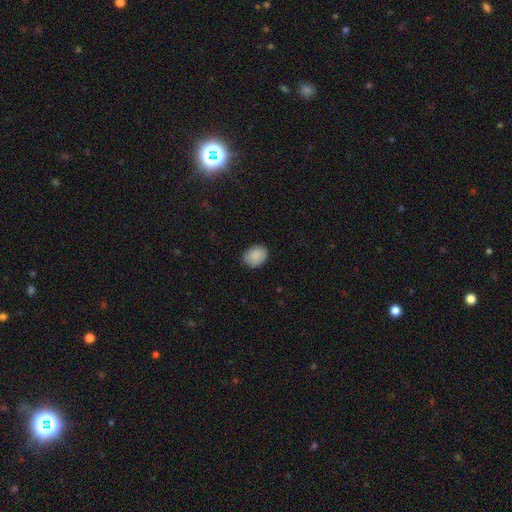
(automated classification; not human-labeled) A smooth galaxy with no disk features (88%) that is in between round and cigar-shaped (62%).

Vote fractions:
- Smooth or featured? smooth: 88% / star or artifact: 7% / featured or disk: 5%
- How rounded? in between: 62% / round: 37% / cigar-shaped: 1%
- Merging? none: 82% / minor disturbance: 15% / major disturbance: 3% / merger: 1%